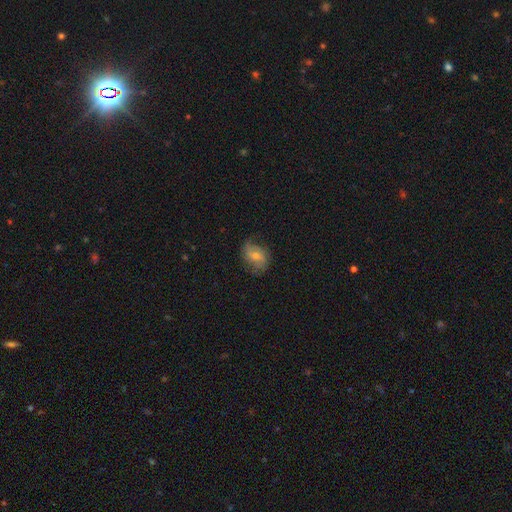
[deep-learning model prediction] This appears to be a featured or disk galaxy (66%) with no bar (48%), 2 (72%) medium (42%) spiral arms (90%) and a moderate central bulge (51%). Merging: none (72%).